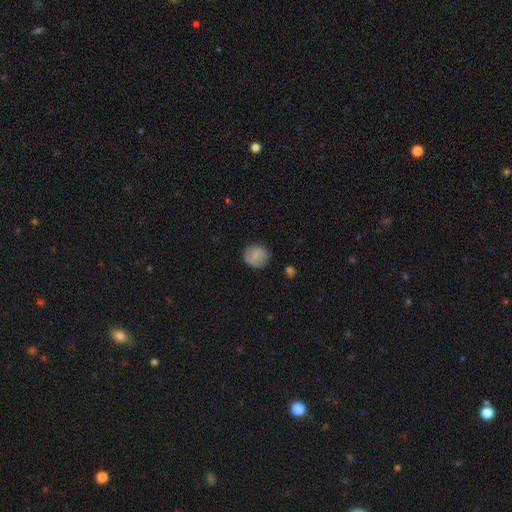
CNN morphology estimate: Overall: smooth (77%). How rounded: round (85%). Merging: none (80%).